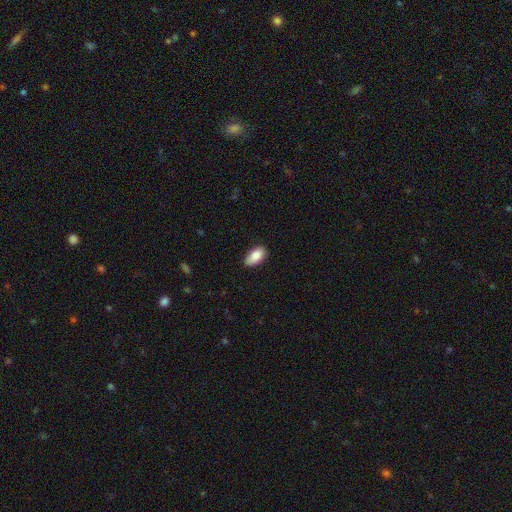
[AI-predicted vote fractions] smooth-or-featured: smooth: 87% | featured or disk: 7% | star or artifact: 6%
  how-rounded: in between: 94% | cigar-shaped: 3% | round: 3%
  merging: none: 82% | minor disturbance: 15% | major disturbance: 2% | merger: 1%